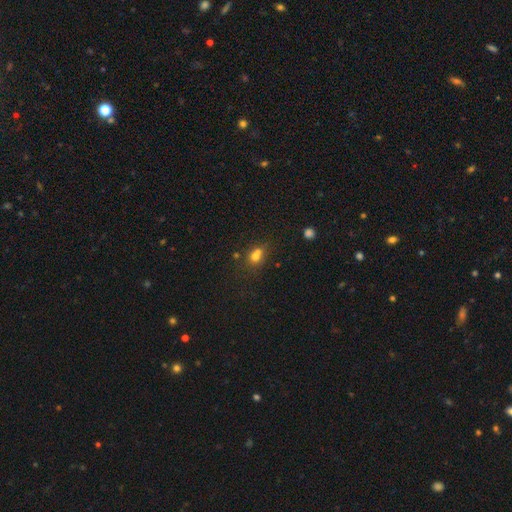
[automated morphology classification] A smooth galaxy with no disk features (68%) that is round (70%).

Vote fractions:
- Smooth or featured? smooth: 68% / star or artifact: 17% / featured or disk: 15%
- How rounded? round: 70% / in between: 28% / cigar-shaped: 1%
- Merging? merger: 48% / none: 38% / minor disturbance: 10% / major disturbance: 5%